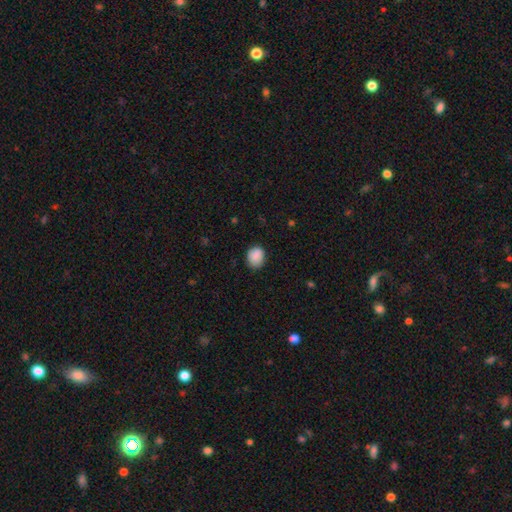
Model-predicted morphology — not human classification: smooth 89%, star or artifact 8%, featured or disk 4%. Down the decision tree: how rounded — round (55%); merging — none (79%).